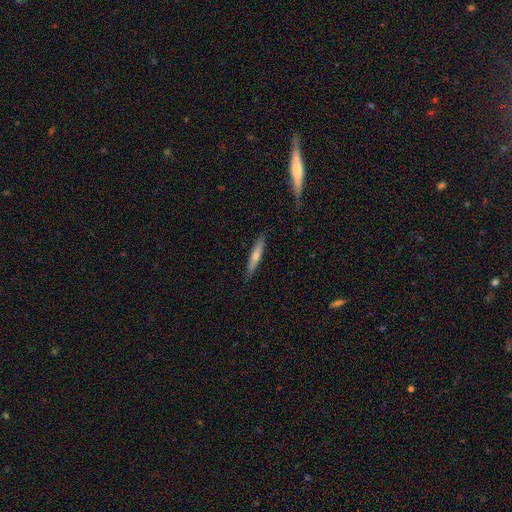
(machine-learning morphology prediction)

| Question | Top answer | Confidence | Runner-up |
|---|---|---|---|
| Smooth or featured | smooth | 61% | featured or disk (33%) |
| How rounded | cigar-shaped | 91% | in between (8%) |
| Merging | none | 88% | minor disturbance (9%) |